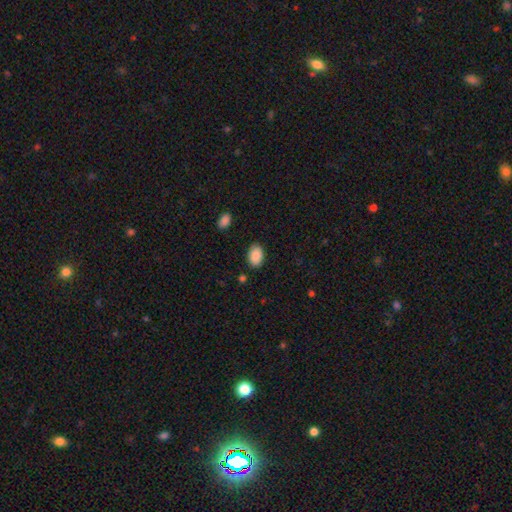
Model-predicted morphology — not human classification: smooth 88%, star or artifact 7%, featured or disk 5%. Down the decision tree: how rounded — in between (89%); merging — none (86%).